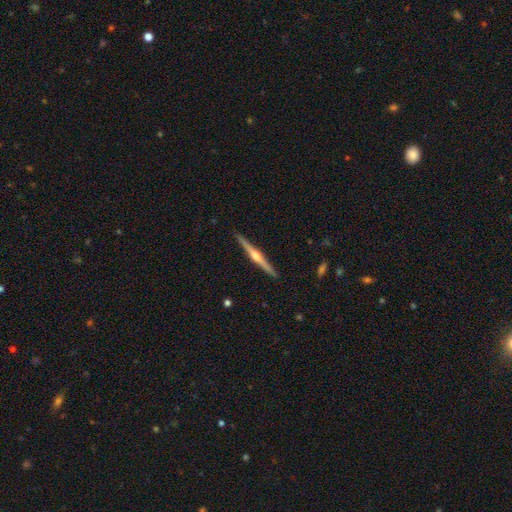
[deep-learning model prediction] Smooth or featured?
  - featured or disk: 80% *
  - smooth: 15%
  - star or artifact: 5%
Edge-on disk?
  - yes: 99% *
  - no: 1%
Edge-on bulge?
  - rounded: 91% *
  - none: 5%
  - boxy: 4%
Merging?
  - none: 92% *
  - minor disturbance: 6%
  - major disturbance: 1%
  - merger: 1%